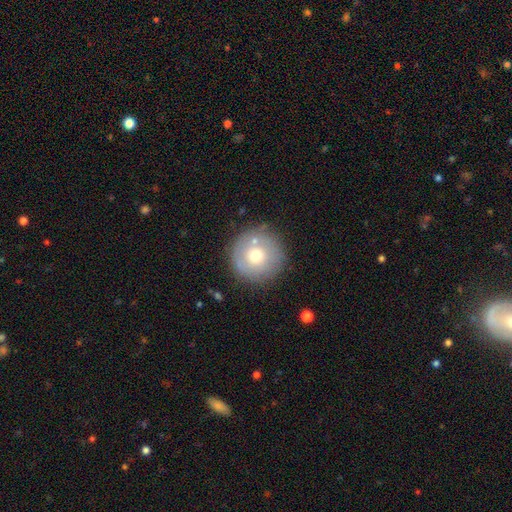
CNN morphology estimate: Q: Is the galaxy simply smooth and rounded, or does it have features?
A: smooth — 64%.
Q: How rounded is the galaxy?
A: round — 96%.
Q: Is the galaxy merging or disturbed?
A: none — 79%.